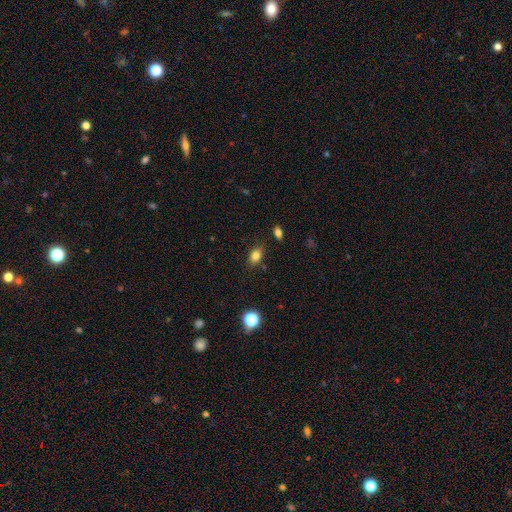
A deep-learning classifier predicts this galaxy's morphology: type=smooth (82%); roundness=in between (76%); merging=none (82%).